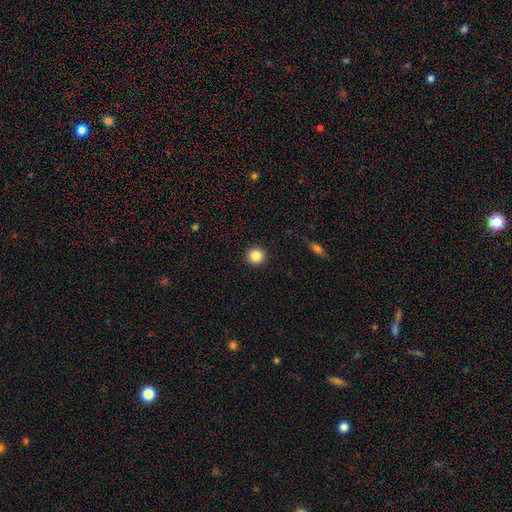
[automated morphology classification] Q: Smooth or featured?
A: smooth (85%); runner-up: star or artifact (10%)
Q: How rounded?
A: round (94%); runner-up: in between (5%)
Q: Merging?
A: none (93%); runner-up: minor disturbance (5%)